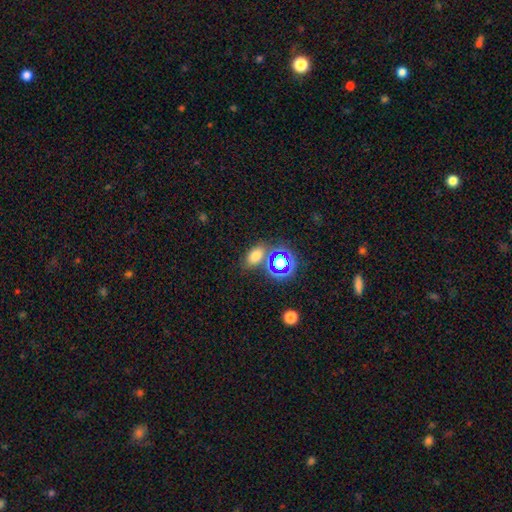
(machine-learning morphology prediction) The model was most divided on "smooth or featured": smooth: 67%, star or artifact: 25%, featured or disk: 9%. More confident: how rounded — in between (78%); merging — none (68%).